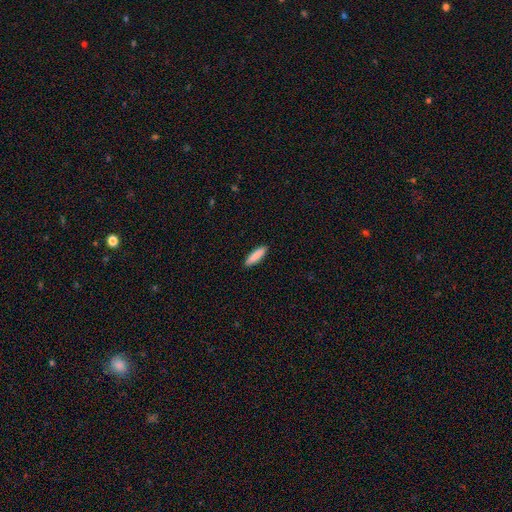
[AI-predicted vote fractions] Smooth or featured?
  - smooth: 88% *
  - featured or disk: 7%
  - star or artifact: 6%
How rounded?
  - cigar-shaped: 66% *
  - in between: 33%
  - round: 1%
Merging?
  - none: 91% *
  - minor disturbance: 7%
  - major disturbance: 2%
  - merger: 1%